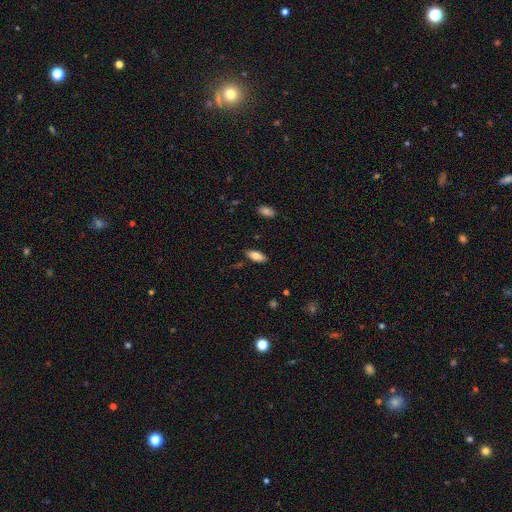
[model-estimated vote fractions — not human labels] Smooth or featured? Predicted: smooth (p=0.76). How rounded? Predicted: in between (p=0.83). Merging? Predicted: none (p=0.86).